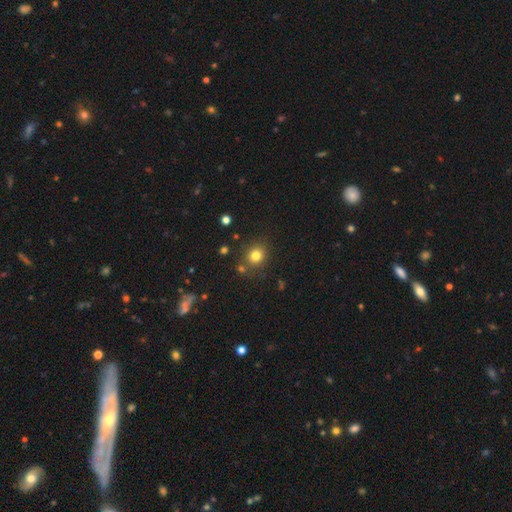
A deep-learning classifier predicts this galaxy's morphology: The model was most divided on "how rounded": round: 76%, in between: 23%, cigar-shaped: 1%. More confident: merging — none (80%); smooth or featured — smooth (79%).